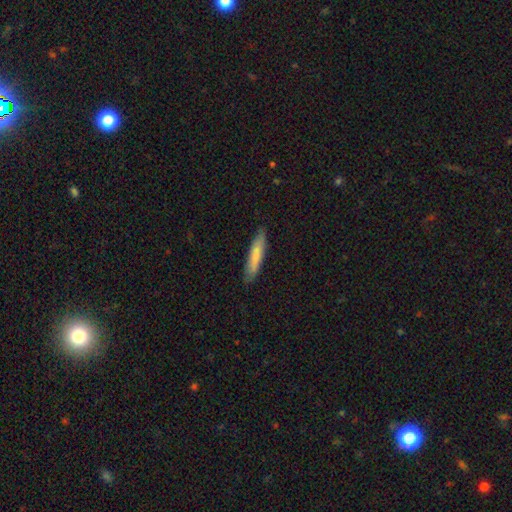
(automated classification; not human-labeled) Smooth or featured?
  - smooth: 74% *
  - featured or disk: 21%
  - star or artifact: 6%
How rounded?
  - cigar-shaped: 85% *
  - in between: 13%
  - round: 1%
Merging?
  - none: 84% *
  - minor disturbance: 13%
  - major disturbance: 2%
  - merger: 1%